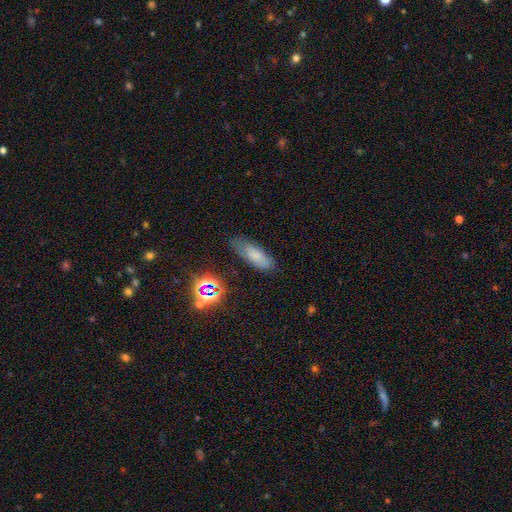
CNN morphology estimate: Q: Smooth or featured?
A: smooth (68%); runner-up: featured or disk (16%)
Q: How rounded?
A: in between (65%); runner-up: cigar-shaped (32%)
Q: Merging?
A: none (71%); runner-up: minor disturbance (21%)